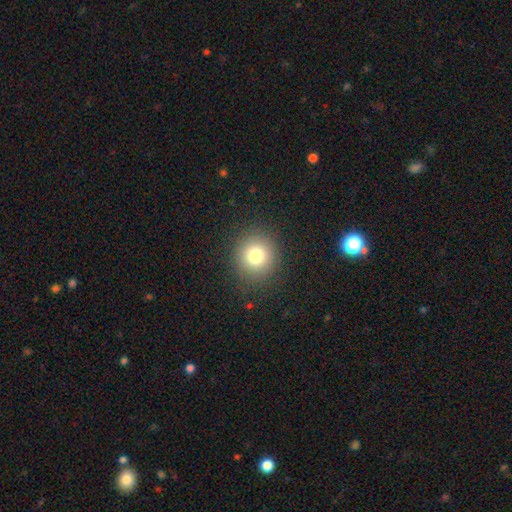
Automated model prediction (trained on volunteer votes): This appears to be a smooth galaxy with no disk features (79%) that is round (91%). Merging: none (89%).